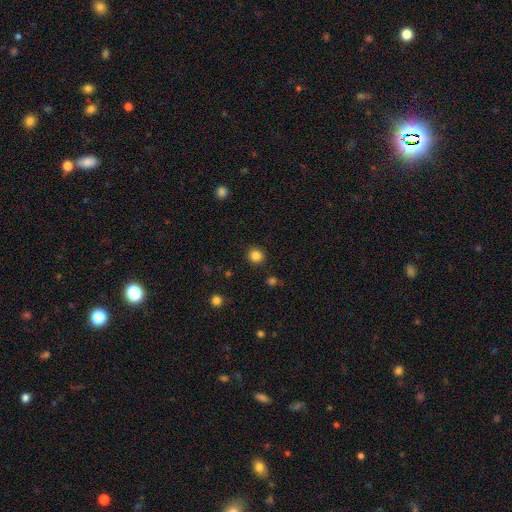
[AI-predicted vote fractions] Morphology: type=smooth (84%); roundness=round (90%); merging=none (91%).